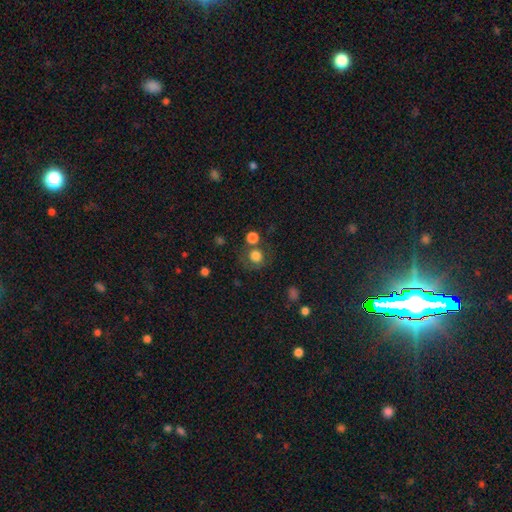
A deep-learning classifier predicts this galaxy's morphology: Smooth or featured?
  - smooth: 77% *
  - star or artifact: 12%
  - featured or disk: 10%
How rounded?
  - round: 88% *
  - in between: 11%
  - cigar-shaped: 1%
Merging?
  - none: 63% *
  - merger: 16%
  - minor disturbance: 13%
  - major disturbance: 8%